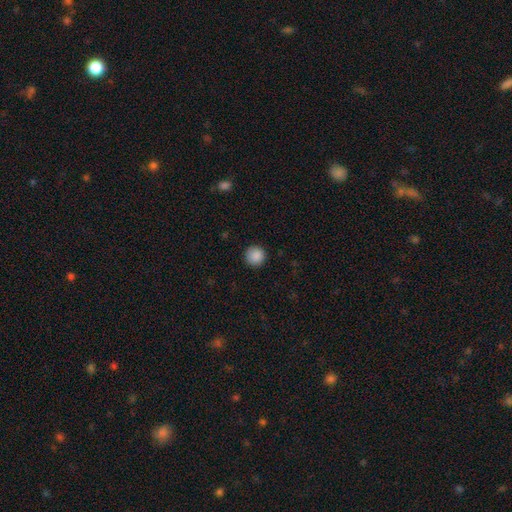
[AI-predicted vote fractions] Smooth or featured? Predicted: smooth (p=0.88). How rounded? Predicted: round (p=0.95). Merging? Predicted: none (p=0.91).